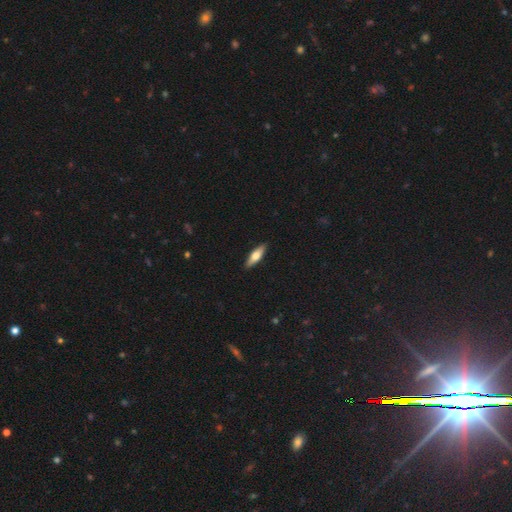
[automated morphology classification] Smooth or featured? Predicted: smooth (p=0.61). How rounded? Predicted: cigar-shaped (p=0.54). Merging? Predicted: none (p=0.90).